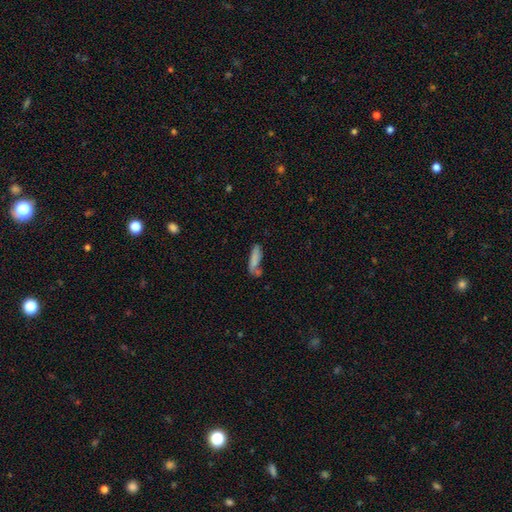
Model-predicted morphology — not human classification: A smooth galaxy with no disk features (71%) that is cigar-shaped (66%). Merging: none (57%).